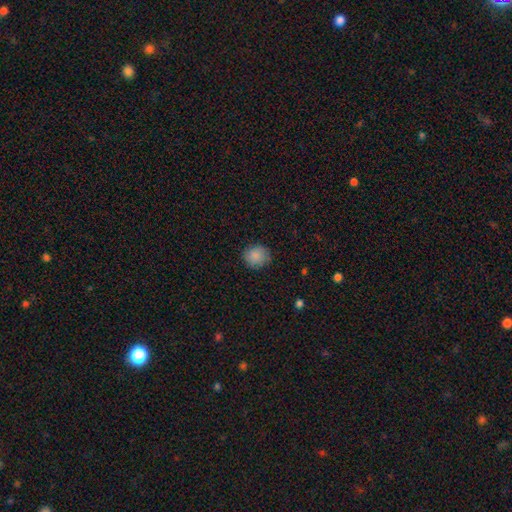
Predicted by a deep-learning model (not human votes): Q: Smooth or featured?
A: smooth (87%); runner-up: star or artifact (8%)
Q: How rounded?
A: round (86%); runner-up: in between (13%)
Q: Merging?
A: none (85%); runner-up: minor disturbance (11%)